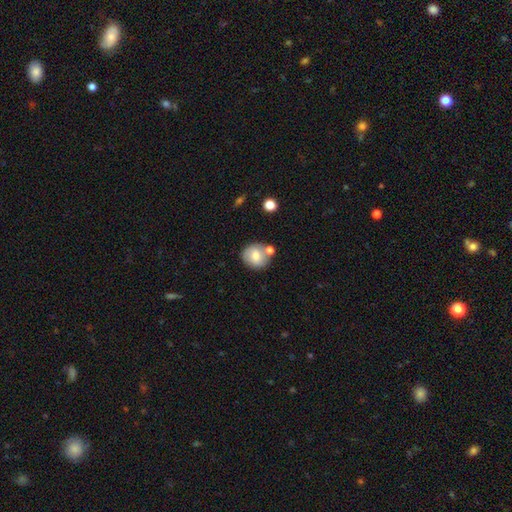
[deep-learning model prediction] Smooth or featured? Predicted: smooth (p=0.74). How rounded? Predicted: round (p=0.82). Merging? Predicted: none (p=0.64).